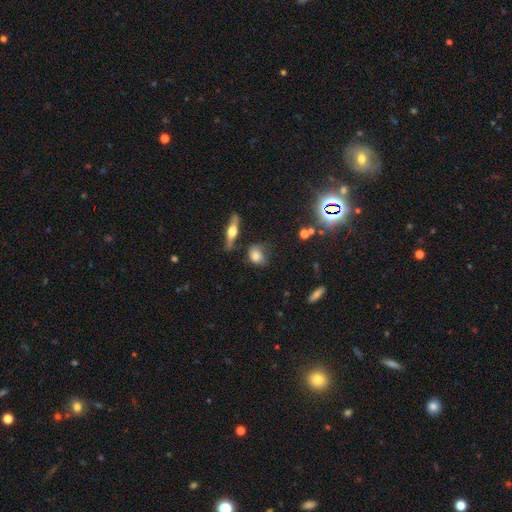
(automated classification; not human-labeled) Smooth or featured?
  - smooth: 65% *
  - featured or disk: 23%
  - star or artifact: 12%
How rounded?
  - in between: 52% *
  - round: 44%
  - cigar-shaped: 4%
Merging?
  - none: 54% *
  - minor disturbance: 28%
  - major disturbance: 11%
  - merger: 6%